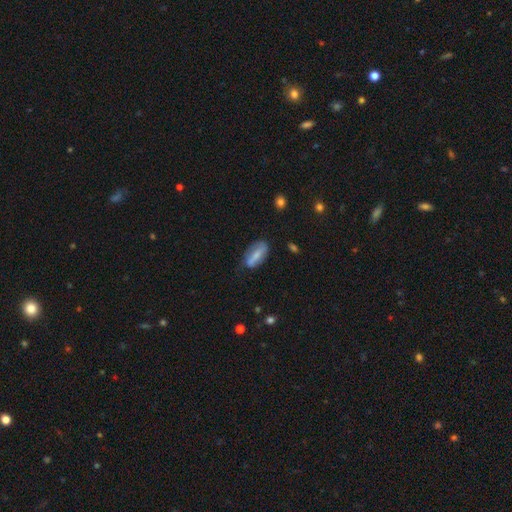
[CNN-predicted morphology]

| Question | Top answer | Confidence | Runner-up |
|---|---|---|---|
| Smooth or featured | smooth | 60% | featured or disk (32%) |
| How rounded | in between | 76% | cigar-shaped (21%) |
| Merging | none | 62% | minor disturbance (27%) |